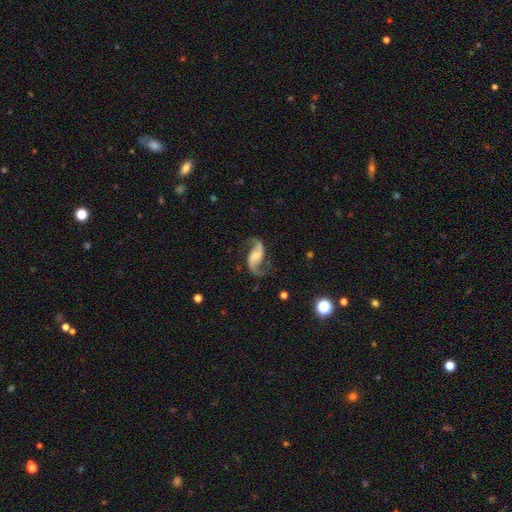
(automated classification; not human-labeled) This appears to be a featured or disk galaxy (89%) with no bar (46%), 2 (93%) loose (74%) spiral arms (97%) and a small central bulge (39%). Merging: none (75%).